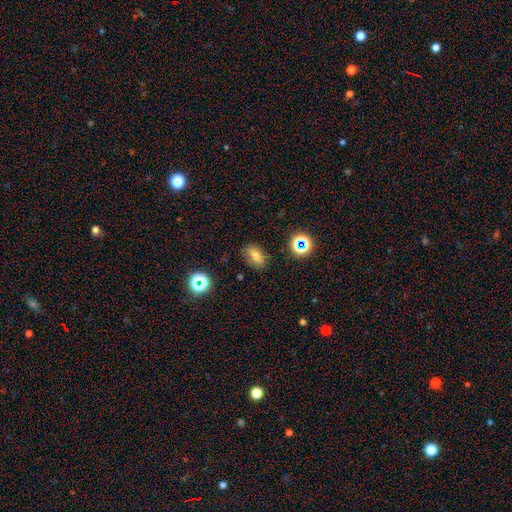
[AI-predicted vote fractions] Smooth or featured? Predicted: smooth (p=0.69). How rounded? Predicted: in between (p=0.82). Merging? Predicted: none (p=0.81).